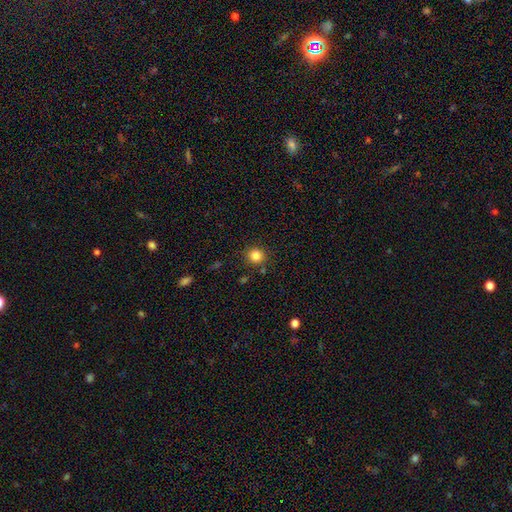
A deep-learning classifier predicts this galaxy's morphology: smooth_or_featured: smooth (p=0.83) [alt: star or artifact p=0.12]
how_rounded: round (p=0.90) [alt: in between p=0.09]
merging: none (p=0.87) [alt: minor disturbance p=0.08]